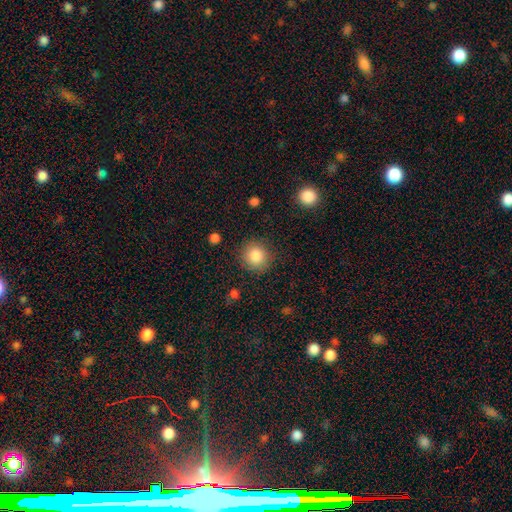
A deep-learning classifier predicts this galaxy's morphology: This appears to be a smooth galaxy with no disk features (85%) that is round (92%). Merging: none (87%).